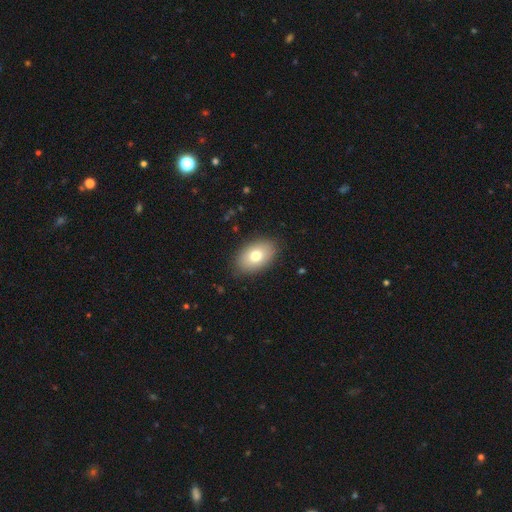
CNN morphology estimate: A smooth galaxy with no disk features (76%) that is in between round and cigar-shaped (89%).

Vote fractions:
- Smooth or featured? smooth: 76% / featured or disk: 17% / star or artifact: 8%
- How rounded? in between: 89% / round: 10% / cigar-shaped: 1%
- Merging? none: 87% / minor disturbance: 10% / major disturbance: 3% / merger: 1%